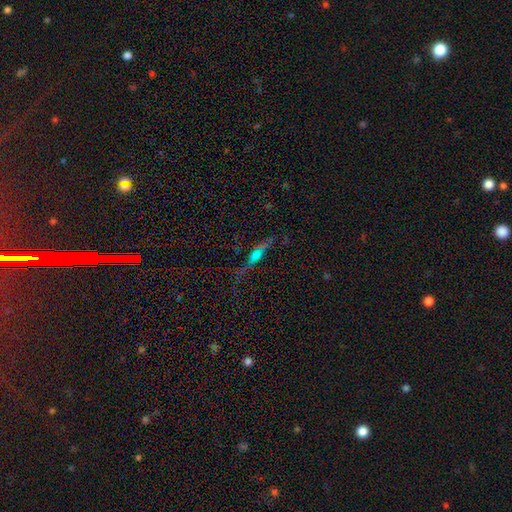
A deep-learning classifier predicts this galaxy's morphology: A featured or disk galaxy (54%) viewed edge-on (87%). Merging: none (67%).